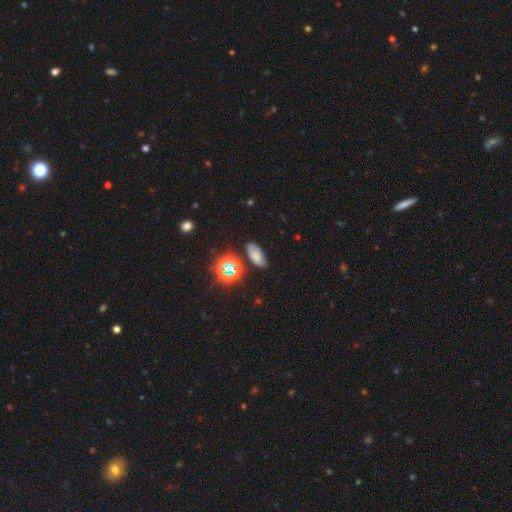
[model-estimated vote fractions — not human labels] A smooth galaxy with no disk features (60%) that is in between round and cigar-shaped (86%).

Vote fractions:
- Smooth or featured? smooth: 60% / star or artifact: 25% / featured or disk: 16%
- How rounded? in between: 86% / round: 8% / cigar-shaped: 6%
- Merging? none: 76% / minor disturbance: 16% / major disturbance: 4% / merger: 4%